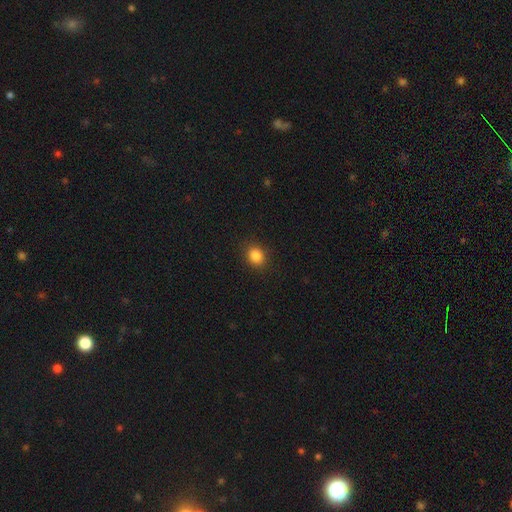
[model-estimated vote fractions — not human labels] Q: Smooth or featured?
A: smooth (86%); runner-up: star or artifact (10%)
Q: How rounded?
A: round (65%); runner-up: in between (34%)
Q: Merging?
A: none (89%); runner-up: minor disturbance (8%)